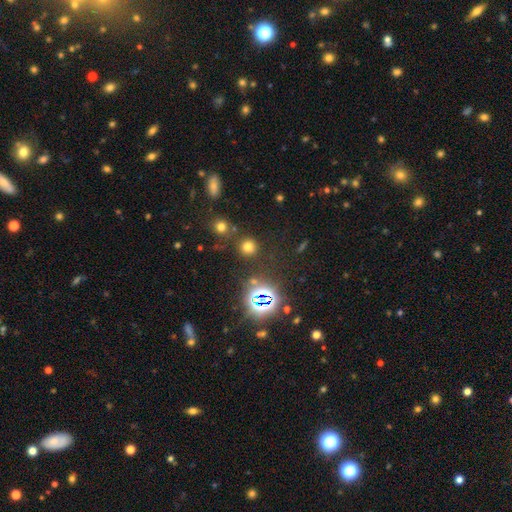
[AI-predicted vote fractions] Q: Smooth or featured?
A: star or artifact (70%); runner-up: smooth (22%)